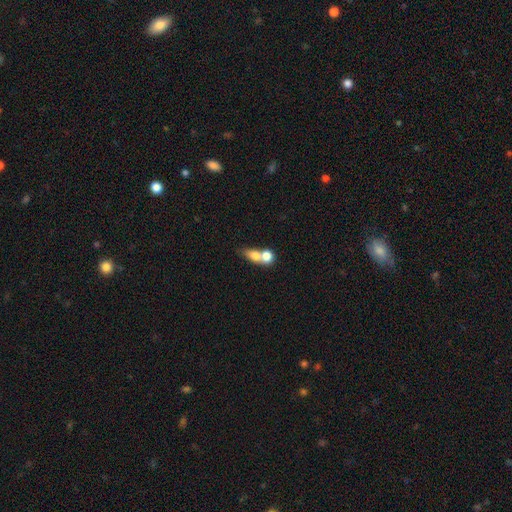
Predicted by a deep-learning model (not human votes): The model was most divided on "how rounded": in between: 47%, round: 43%, cigar-shaped: 10%. More confident: smooth or featured — smooth (72%); merging — merger (65%).